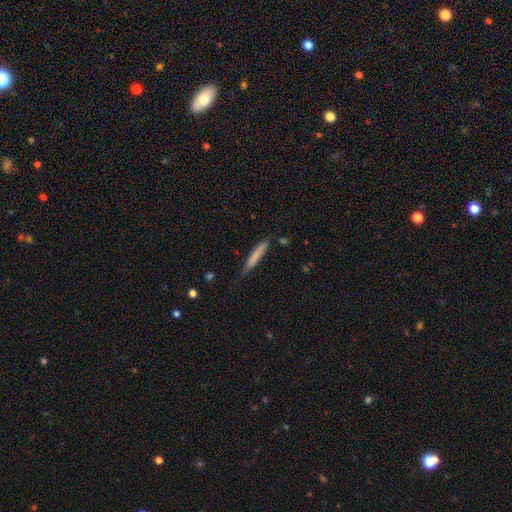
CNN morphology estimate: Overall: smooth (74%). How rounded: cigar-shaped (94%). Merging: none (74%).